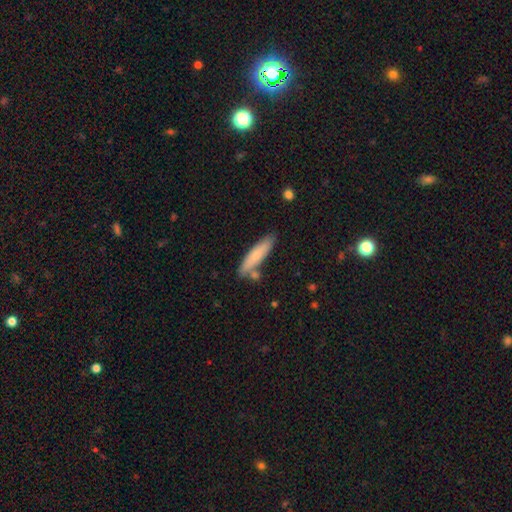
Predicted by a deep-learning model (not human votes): A smooth galaxy with no disk features (76%) that is cigar-shaped (79%).

Vote fractions:
- Smooth or featured? smooth: 76% / featured or disk: 18% / star or artifact: 6%
- How rounded? cigar-shaped: 79% / in between: 20% / round: 1%
- Merging? none: 77% / minor disturbance: 13% / merger: 7% / major disturbance: 3%